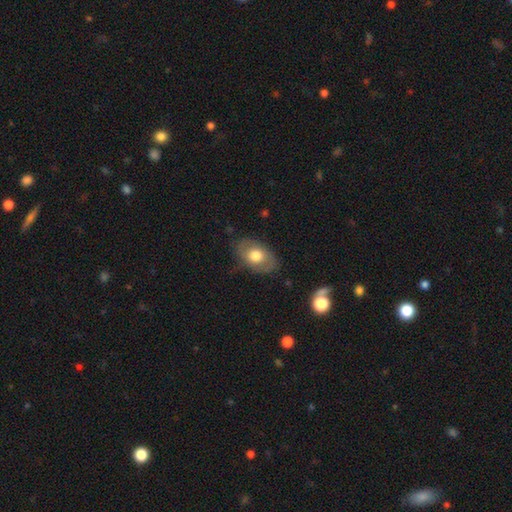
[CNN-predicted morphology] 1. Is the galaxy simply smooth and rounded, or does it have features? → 62% smooth, 31% featured or disk, 7% star or artifact.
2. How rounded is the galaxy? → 85% in between, 14% round, 1% cigar-shaped.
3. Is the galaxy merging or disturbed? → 75% none, 17% minor disturbance, 6% major disturbance, 1% merger.